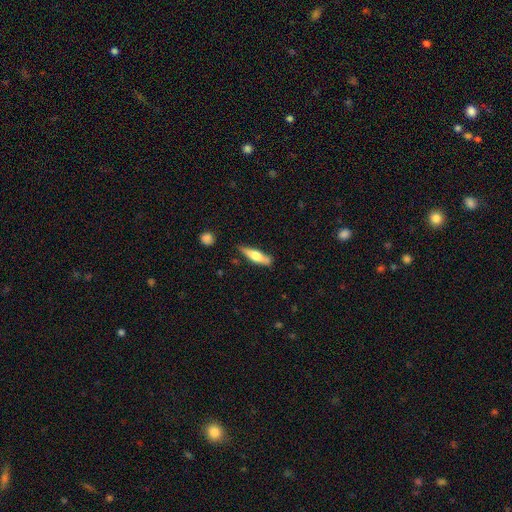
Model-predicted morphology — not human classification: Overall: smooth (56%; featured or disk 38%). How rounded: cigar-shaped (65%; in between 33%). Merging: none (68%).